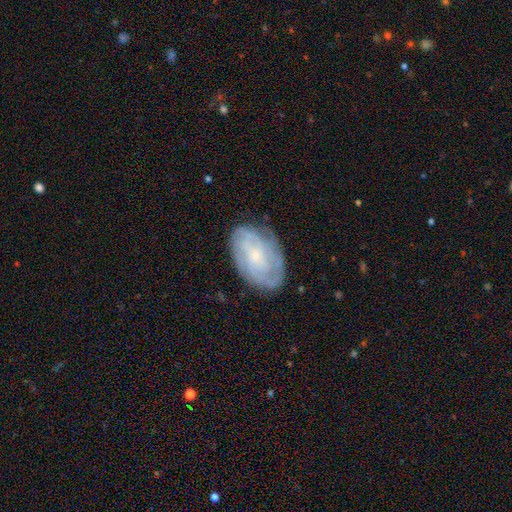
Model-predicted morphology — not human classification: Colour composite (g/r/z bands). It shows a featured or disk galaxy (69%) with no bar (71%), tight (67%) spiral arms (88%) and a small central bulge (68%). Merging: none (77%).